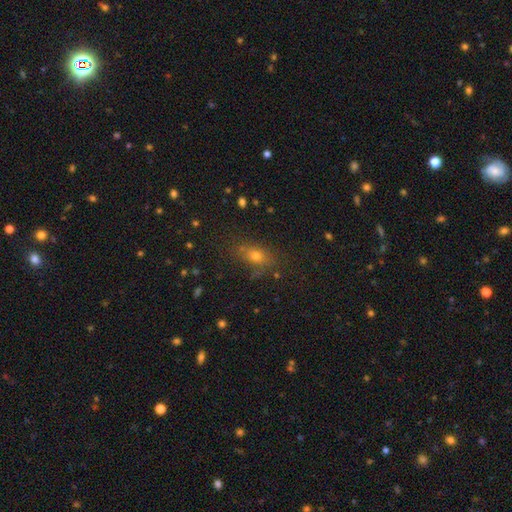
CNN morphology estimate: Overall: smooth (66%). How rounded: in between (67%). Merging: none (74%).